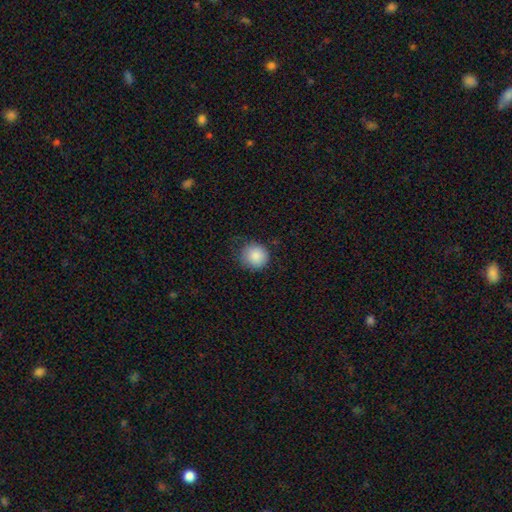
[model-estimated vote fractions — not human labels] A smooth galaxy with no disk features (87%) that is round (91%). Merging: none (67%).